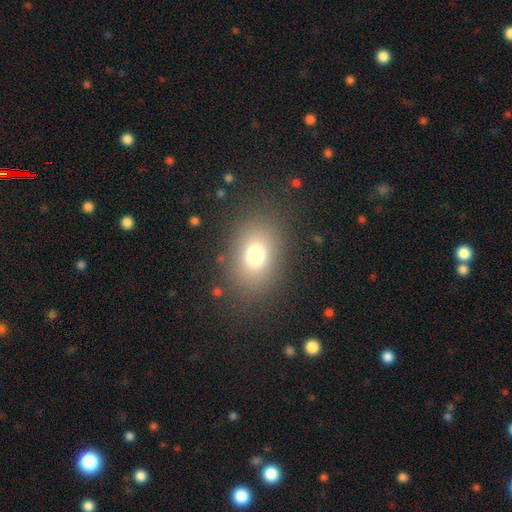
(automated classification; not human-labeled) smooth-or-featured: smooth: 74% | star or artifact: 14% | featured or disk: 12%
  how-rounded: in between: 69% | round: 30% | cigar-shaped: 1%
  merging: none: 85% | minor disturbance: 9% | major disturbance: 5% | merger: 1%